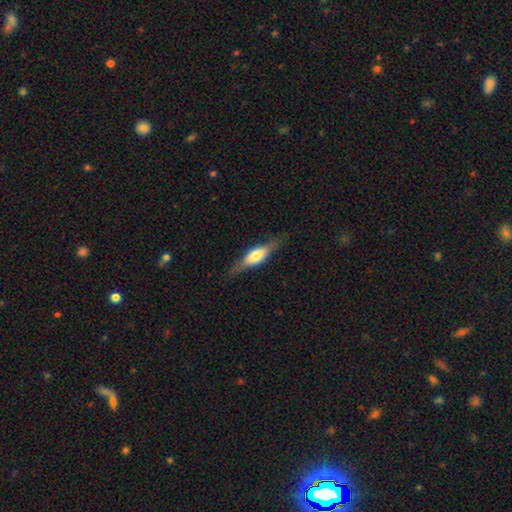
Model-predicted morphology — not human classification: The model was most divided on "smooth or featured": featured or disk: 53%, smooth: 41%, star or artifact: 6%. More confident: edge-on disk — yes (90%); merging — none (79%).